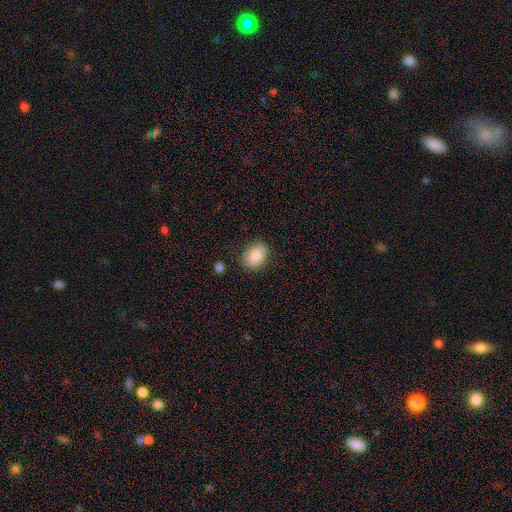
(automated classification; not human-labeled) smooth_or_featured: smooth (p=0.78) [alt: featured or disk p=0.14]
how_rounded: in between (p=0.62) [alt: round p=0.37]
merging: none (p=0.83) [alt: minor disturbance p=0.13]